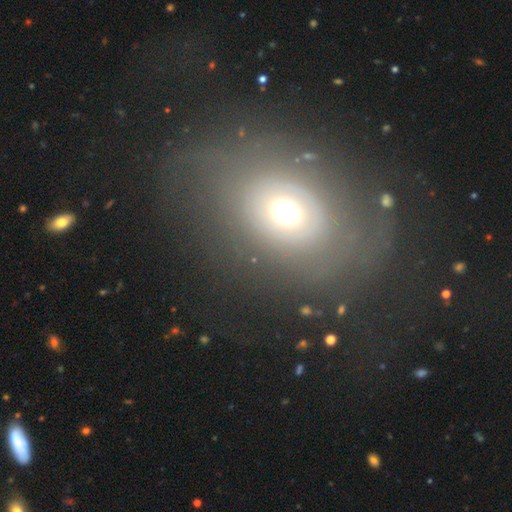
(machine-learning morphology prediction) A smooth galaxy with no disk features (44%).

Vote fractions:
- Smooth or featured? smooth: 44% / featured or disk: 40% / star or artifact: 17%
- Merging? none: 67% / major disturbance: 16% / minor disturbance: 15% / merger: 2%